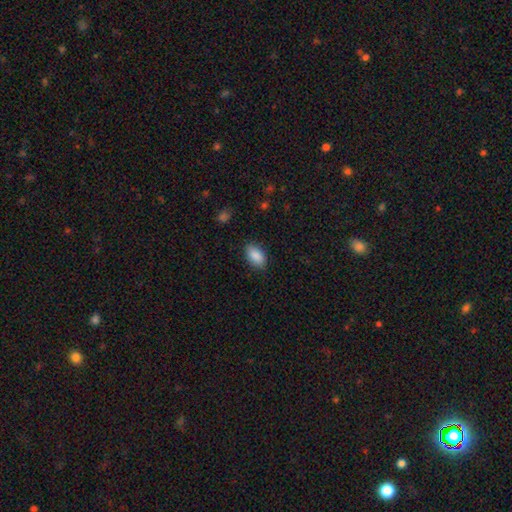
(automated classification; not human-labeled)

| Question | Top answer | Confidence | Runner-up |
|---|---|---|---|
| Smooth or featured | smooth | 89% | star or artifact (7%) |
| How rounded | in between | 93% | round (5%) |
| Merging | none | 85% | minor disturbance (11%) |